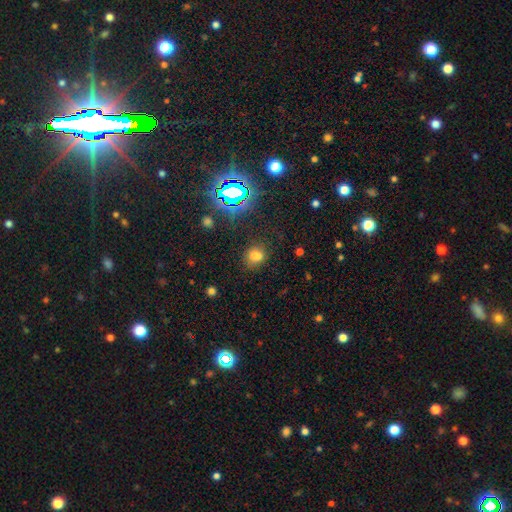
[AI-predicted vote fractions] Morphology: type=smooth (65%); roundness=round (63%); merging=none (55%).